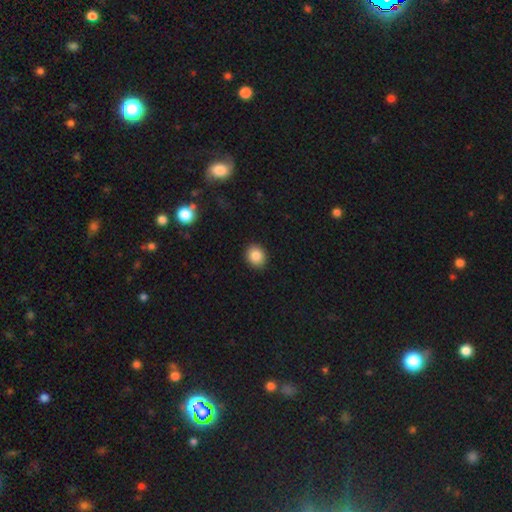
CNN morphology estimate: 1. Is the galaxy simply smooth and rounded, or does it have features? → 86% smooth, 9% star or artifact, 5% featured or disk.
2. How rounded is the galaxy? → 67% round, 32% in between, 1% cigar-shaped.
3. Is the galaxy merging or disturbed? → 91% none, 6% minor disturbance, 2% major disturbance, 1% merger.